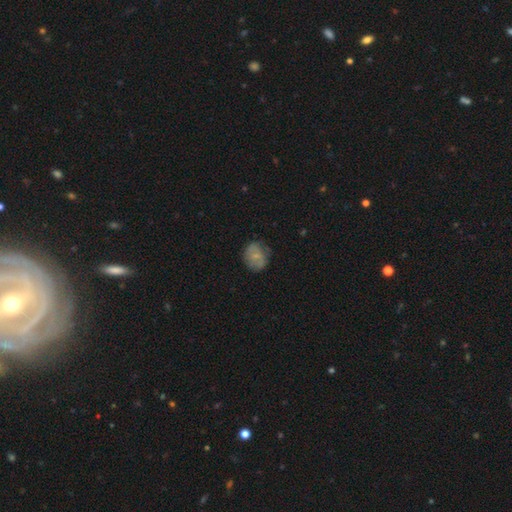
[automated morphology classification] smooth_or_featured: smooth (p=0.61) [alt: featured or disk p=0.31]
how_rounded: round (p=0.63) [alt: in between p=0.36]
merging: none (p=0.67) [alt: minor disturbance p=0.23]